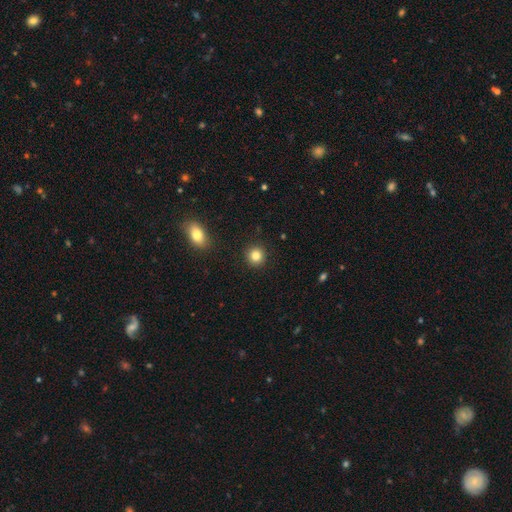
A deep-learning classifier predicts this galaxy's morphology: This appears to be a smooth galaxy with no disk features (84%) that is round (92%). Merging: none (92%).